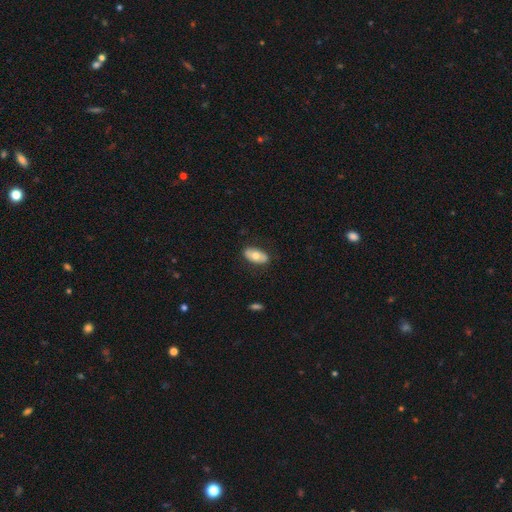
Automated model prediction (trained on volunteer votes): Overall: smooth (64%; featured or disk 30%). How rounded: in between (92%). Merging: none (84%).